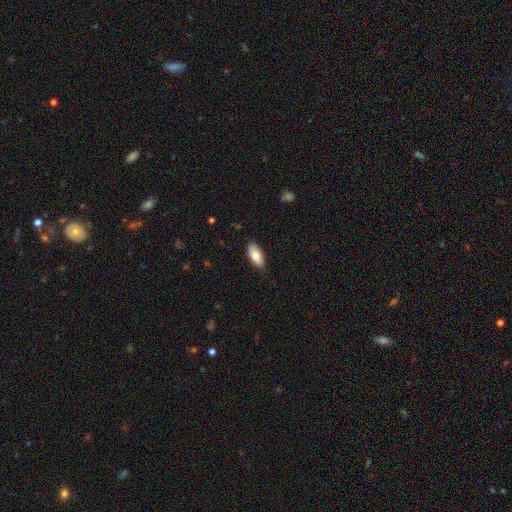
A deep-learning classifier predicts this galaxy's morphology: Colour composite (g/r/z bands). It shows a smooth galaxy with no disk features (81%) that is in between round and cigar-shaped (88%). Merging: none (86%).